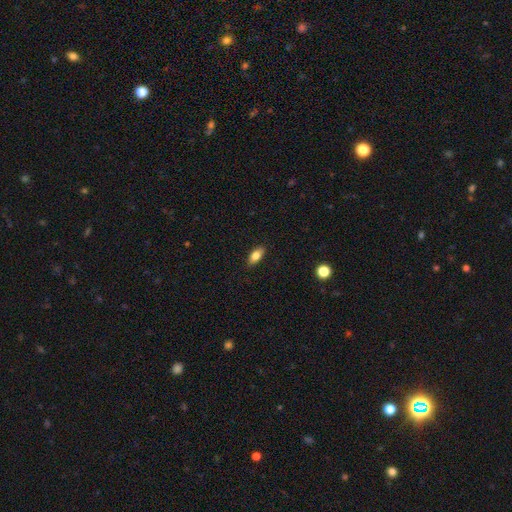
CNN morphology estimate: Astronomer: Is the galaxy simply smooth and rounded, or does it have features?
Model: smooth — 79%.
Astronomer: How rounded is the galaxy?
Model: in between — 86%.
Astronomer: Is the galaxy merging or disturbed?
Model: none — 87%.